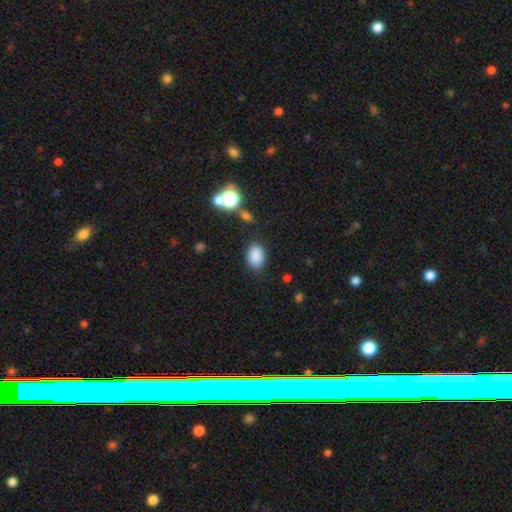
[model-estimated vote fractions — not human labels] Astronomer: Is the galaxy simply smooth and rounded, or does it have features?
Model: smooth — 86%.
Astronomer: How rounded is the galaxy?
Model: in between — 82%.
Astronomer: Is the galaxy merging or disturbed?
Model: none — 83%.